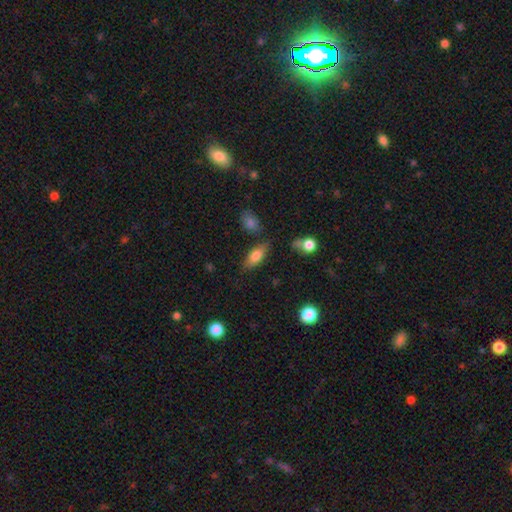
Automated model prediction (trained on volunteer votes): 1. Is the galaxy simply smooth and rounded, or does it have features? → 75% smooth, 17% featured or disk, 8% star or artifact.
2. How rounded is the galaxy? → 78% in between, 18% cigar-shaped, 4% round.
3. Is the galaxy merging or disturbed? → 75% none, 15% minor disturbance, 6% merger, 4% major disturbance.